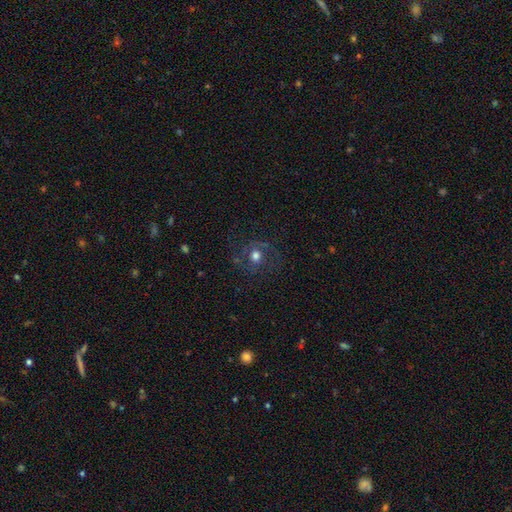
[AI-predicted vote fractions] The model was most divided on "smooth or featured": smooth: 46%, featured or disk: 40%, star or artifact: 14%. More confident: merging — none (70%).